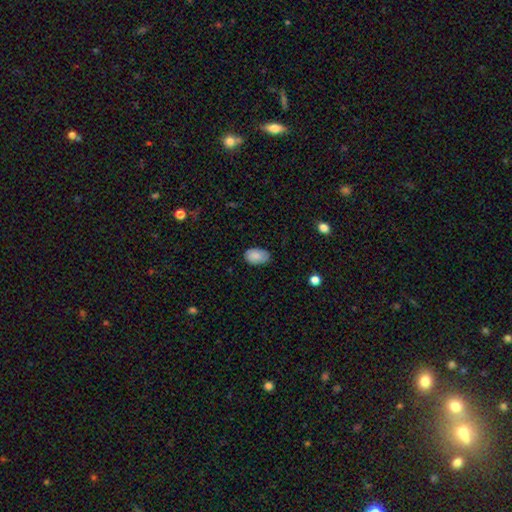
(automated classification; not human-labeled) A smooth galaxy with no disk features (86%) that is in between round and cigar-shaped (90%).

Vote fractions:
- Smooth or featured? smooth: 86% / featured or disk: 7% / star or artifact: 7%
- How rounded? in between: 90% / round: 9% / cigar-shaped: 1%
- Merging? none: 77% / minor disturbance: 19% / major disturbance: 3% / merger: 1%